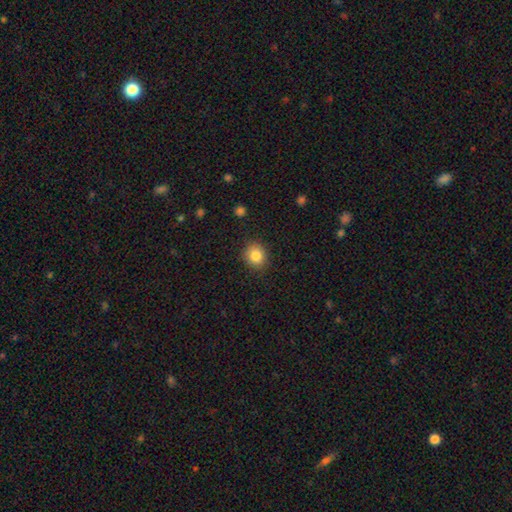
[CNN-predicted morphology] Smooth or featured? smooth (84%)
How rounded? round (75%)
Merging? none (88%)